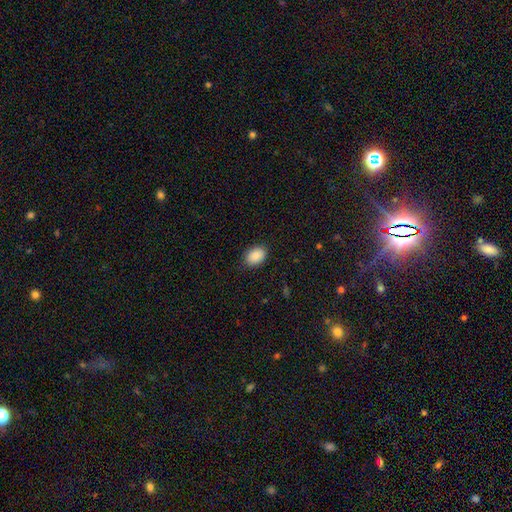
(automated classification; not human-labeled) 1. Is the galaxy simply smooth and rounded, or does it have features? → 89% smooth, 7% star or artifact, 4% featured or disk.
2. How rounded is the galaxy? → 81% in between, 18% round, 1% cigar-shaped.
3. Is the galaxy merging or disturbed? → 86% none, 10% minor disturbance, 3% major disturbance, 1% merger.